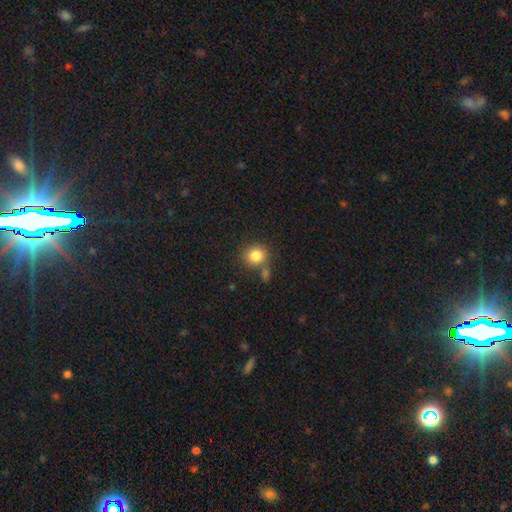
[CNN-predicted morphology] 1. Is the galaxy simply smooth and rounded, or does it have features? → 83% smooth, 10% star or artifact, 7% featured or disk.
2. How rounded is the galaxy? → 83% round, 16% in between, 1% cigar-shaped.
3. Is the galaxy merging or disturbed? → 65% none, 18% merger, 13% minor disturbance, 5% major disturbance.